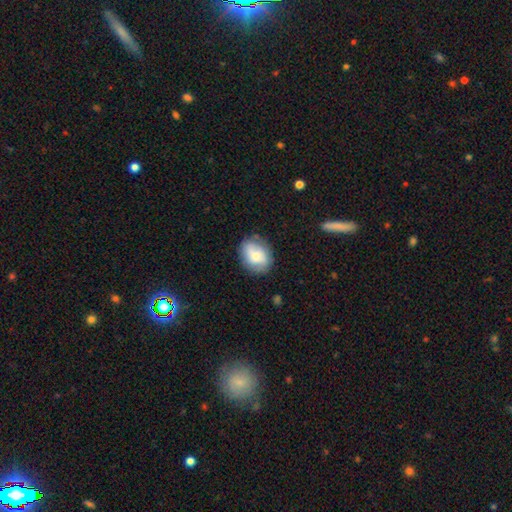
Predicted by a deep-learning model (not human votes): This is likely a smooth galaxy (62%). How rounded: possibly in between (55%). Merging: likely none (75%).